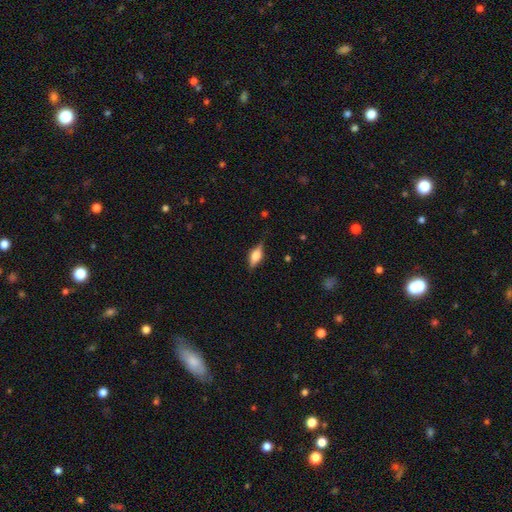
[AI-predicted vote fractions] Smooth or featured?
  - featured or disk: 46% * (tied)
  - smooth: 46% * (tied)
  - star or artifact: 8%
Merging?
  - none: 81% *
  - minor disturbance: 15%
  - major disturbance: 3%
  - merger: 1%